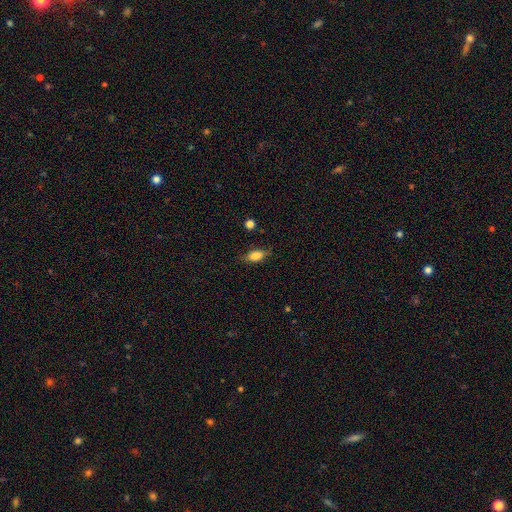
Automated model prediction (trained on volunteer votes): smooth_or_featured: smooth (p=0.78) [alt: featured or disk p=0.13]
how_rounded: in between (p=0.81) [alt: cigar-shaped p=0.12]
merging: none (p=0.71) [alt: minor disturbance p=0.21]